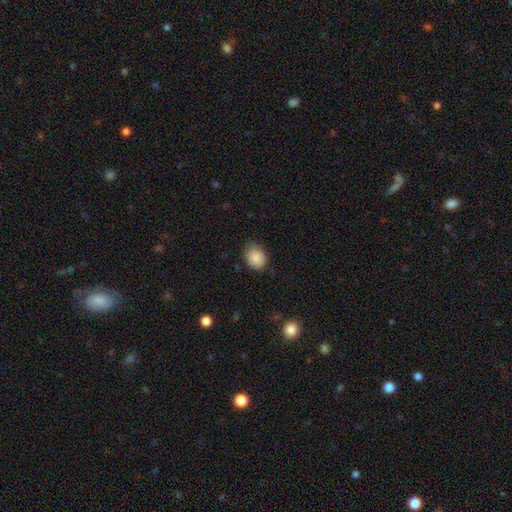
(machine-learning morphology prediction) This is clearly a smooth galaxy (88%). How rounded: possibly round (51%). Merging: likely none (76%).